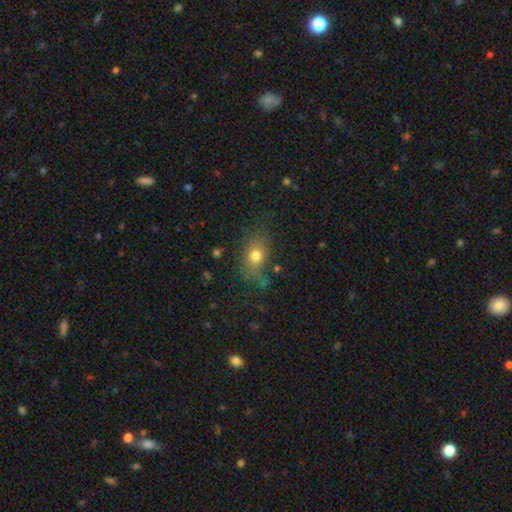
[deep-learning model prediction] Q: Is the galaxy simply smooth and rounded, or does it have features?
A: smooth — 72%.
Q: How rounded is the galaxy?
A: in between — 61%.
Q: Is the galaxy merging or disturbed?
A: none — 69%.